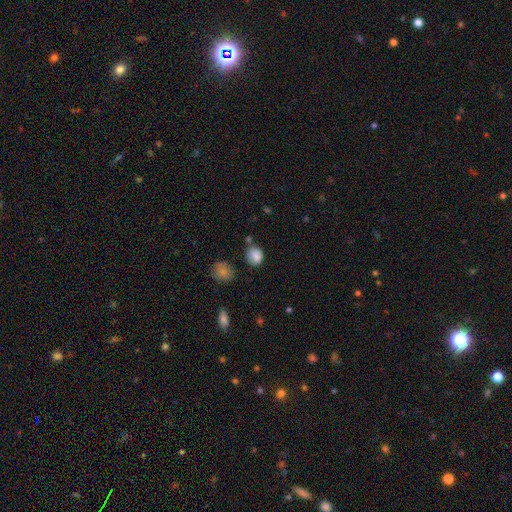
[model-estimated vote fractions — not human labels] smooth-or-featured: smooth: 84% | star or artifact: 10% | featured or disk: 6%
  how-rounded: round: 63% | in between: 36% | cigar-shaped: 1%
  merging: none: 67% | minor disturbance: 21% | merger: 6% | major disturbance: 5%